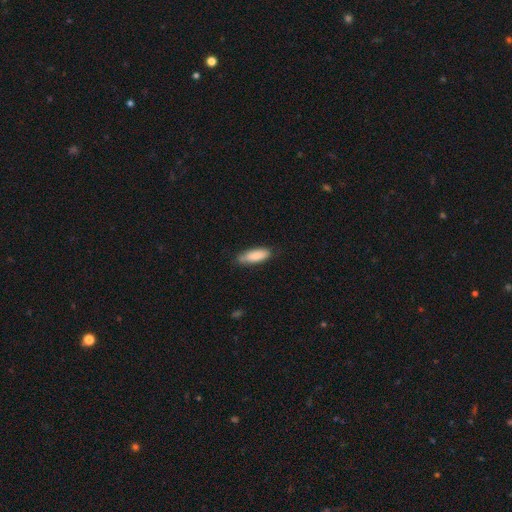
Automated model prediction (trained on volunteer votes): Smooth or featured? Predicted: smooth (p=0.86). How rounded? Predicted: in between (p=0.65). Merging? Predicted: none (p=0.73).